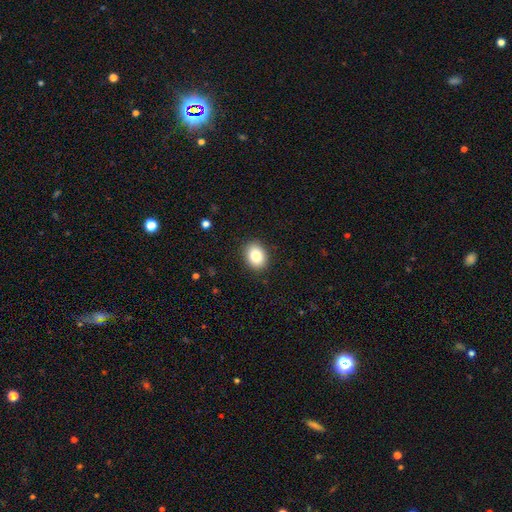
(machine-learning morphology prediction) This appears to be a smooth galaxy with no disk features (83%) that is in between round and cigar-shaped (59%). Merging: none (89%).